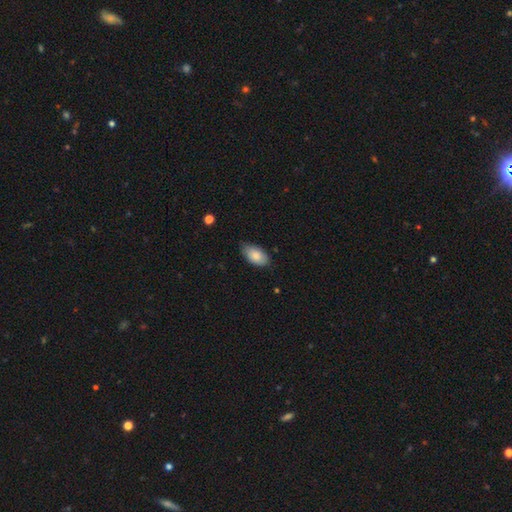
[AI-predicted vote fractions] A smooth galaxy with no disk features (82%) that is in between round and cigar-shaped (94%).

Vote fractions:
- Smooth or featured? smooth: 82% / featured or disk: 12% / star or artifact: 7%
- How rounded? in between: 94% / round: 5% / cigar-shaped: 2%
- Merging? none: 70% / minor disturbance: 26% / major disturbance: 3% / merger: 1%